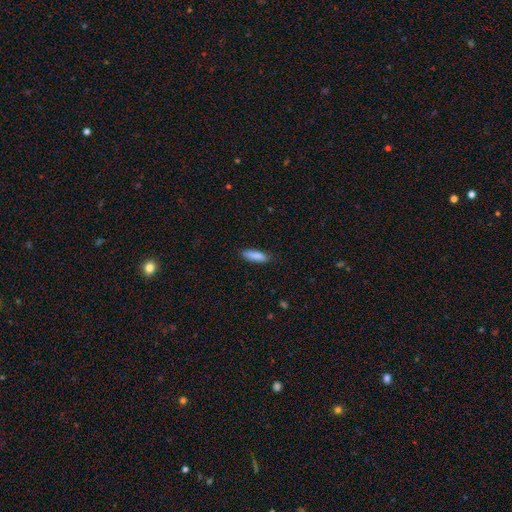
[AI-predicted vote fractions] This is clearly a smooth galaxy (88%). How rounded: possibly cigar-shaped (54%). Merging: clearly none (85%).